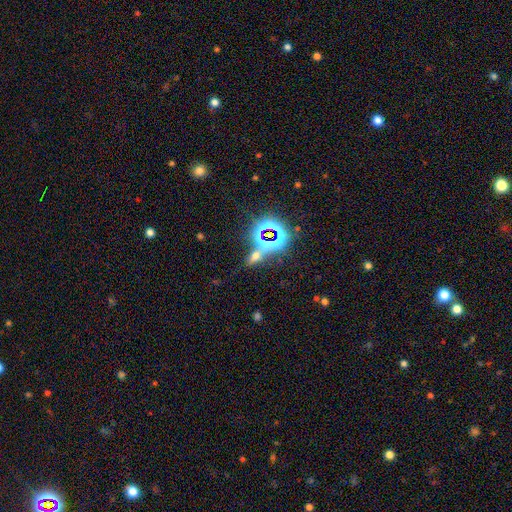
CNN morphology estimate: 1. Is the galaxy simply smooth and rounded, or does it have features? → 51% star or artifact, 35% smooth, 14% featured or disk.